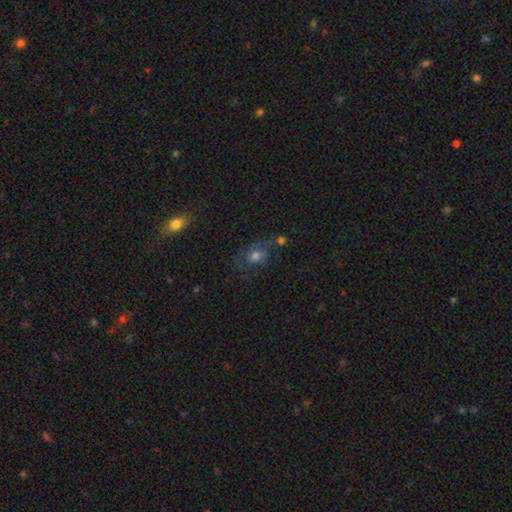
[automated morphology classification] Smooth or featured?
  - smooth: 43% *
  - featured or disk: 37%
  - star or artifact: 20%
Merging?
  - none: 51% *
  - minor disturbance: 22%
  - major disturbance: 19%
  - merger: 9%